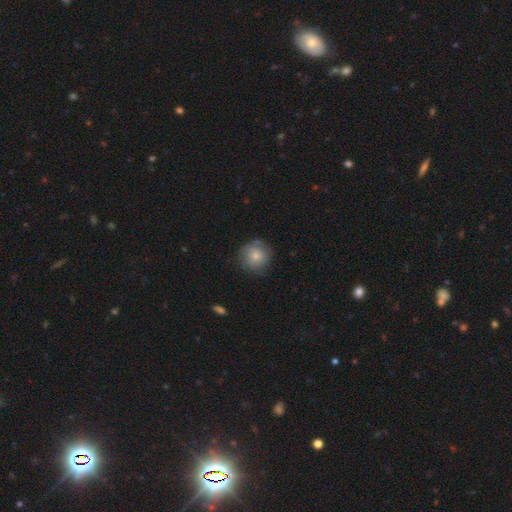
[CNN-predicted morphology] smooth_or_featured: smooth (p=0.76) [alt: featured or disk p=0.16]
how_rounded: round (p=0.93) [alt: in between p=0.06]
merging: none (p=0.77) [alt: minor disturbance p=0.17]